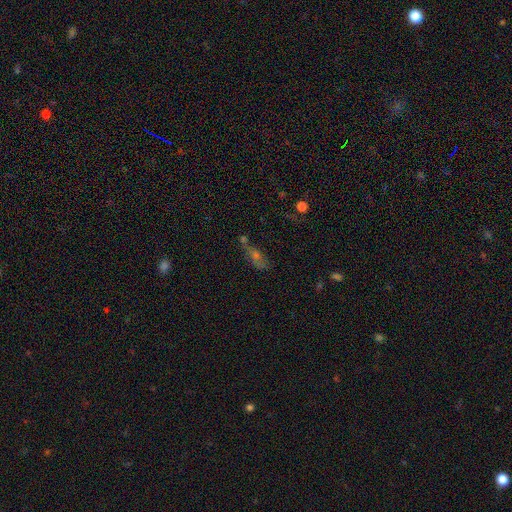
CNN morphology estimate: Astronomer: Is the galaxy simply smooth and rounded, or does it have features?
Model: smooth — 38% (runner-up: featured or disk, 35%).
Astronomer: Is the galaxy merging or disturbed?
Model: none — 48%.